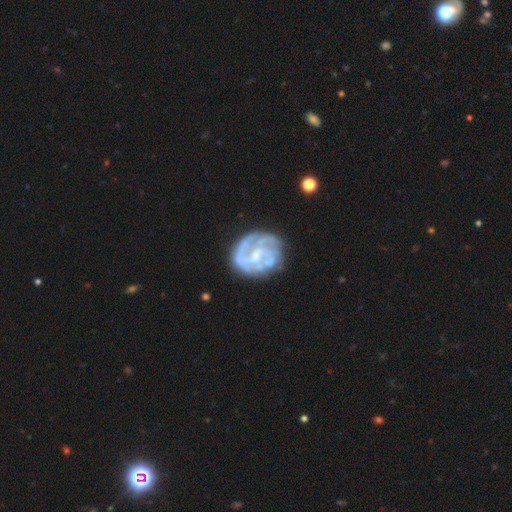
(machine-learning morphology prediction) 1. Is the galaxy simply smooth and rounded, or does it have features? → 80% featured or disk, 14% smooth, 6% star or artifact.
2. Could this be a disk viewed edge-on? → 98% no, 2% yes.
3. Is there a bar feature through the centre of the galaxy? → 48% no, 40% weak, 12% strong.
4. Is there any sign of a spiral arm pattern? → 84% yes, 16% no.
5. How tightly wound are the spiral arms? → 55% tight, 33% medium, 12% loose.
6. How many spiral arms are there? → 34% can't tell, 27% 2, 22% 3, 7% 1, 6% 4, 4% more than 4.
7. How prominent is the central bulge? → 46% small, 28% moderate, 22% none, 3% large, 1% dominant.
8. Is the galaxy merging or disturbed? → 65% none, 20% minor disturbance, 12% major disturbance, 3% merger.